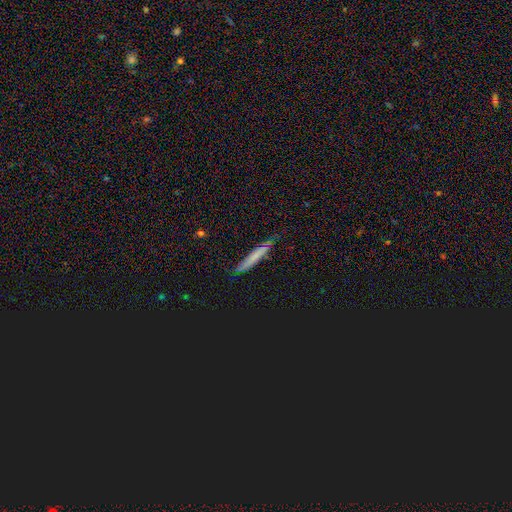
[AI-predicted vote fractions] smooth-or-featured: smooth: 62% | featured or disk: 27% | star or artifact: 11%
  how-rounded: cigar-shaped: 92% | in between: 6% | round: 2%
  merging: none: 73% | minor disturbance: 21% | major disturbance: 4% | merger: 2%